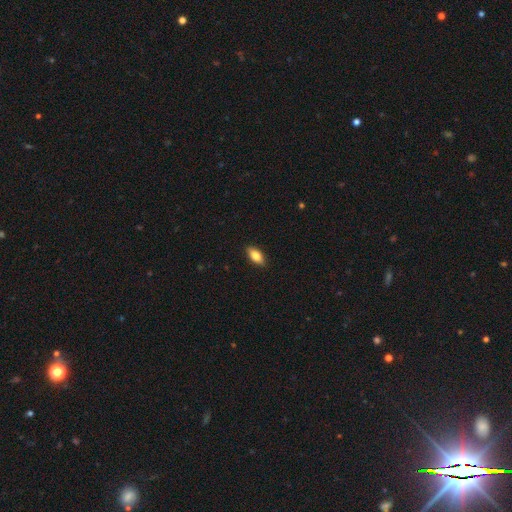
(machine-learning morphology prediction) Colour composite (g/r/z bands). It shows a smooth galaxy with no disk features (81%) that is in between round and cigar-shaped (87%). Merging: none (88%).